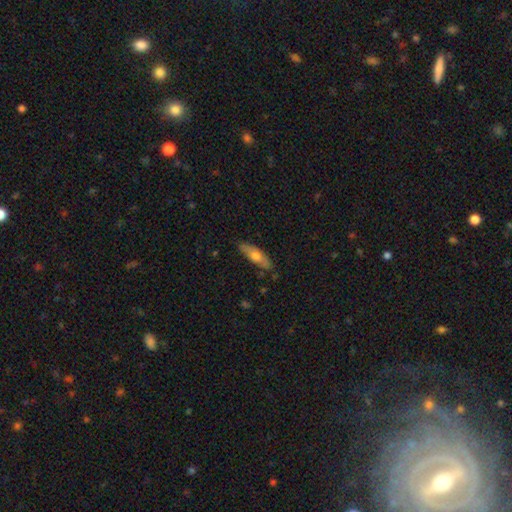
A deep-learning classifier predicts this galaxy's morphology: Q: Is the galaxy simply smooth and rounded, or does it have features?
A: smooth — 59%.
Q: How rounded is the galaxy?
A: cigar-shaped — 52%.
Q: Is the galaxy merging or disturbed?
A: none — 82%.